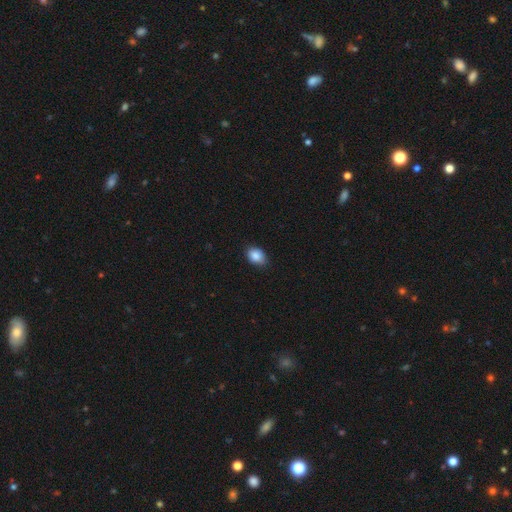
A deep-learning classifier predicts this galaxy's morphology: Overall: smooth (86%). How rounded: in between (76%). Merging: none (84%).